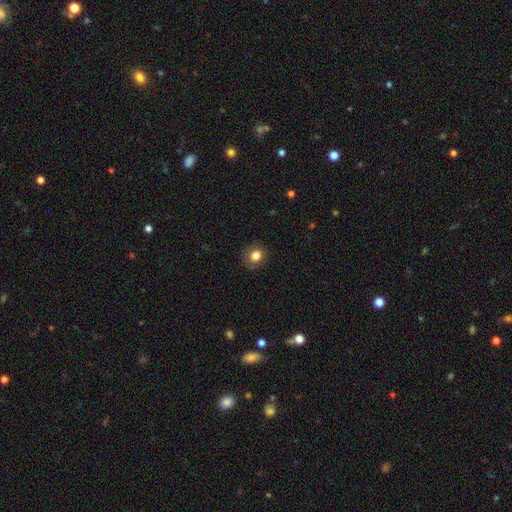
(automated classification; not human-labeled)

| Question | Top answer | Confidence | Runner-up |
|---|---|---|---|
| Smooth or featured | smooth | 83% | star or artifact (11%) |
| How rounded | round | 74% | in between (25%) |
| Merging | none | 82% | minor disturbance (13%) |